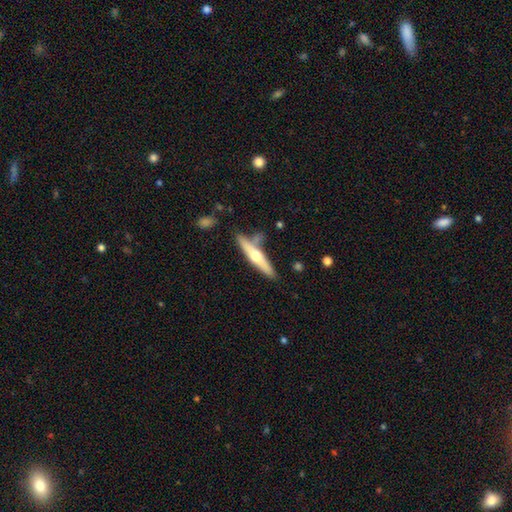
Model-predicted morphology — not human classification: smooth_or_featured: featured or disk (p=0.54) [alt: smooth p=0.41]
disk_edge_on: yes (p=0.93) [alt: no p=0.07]
merging: none (p=0.71) [alt: minor disturbance p=0.15]